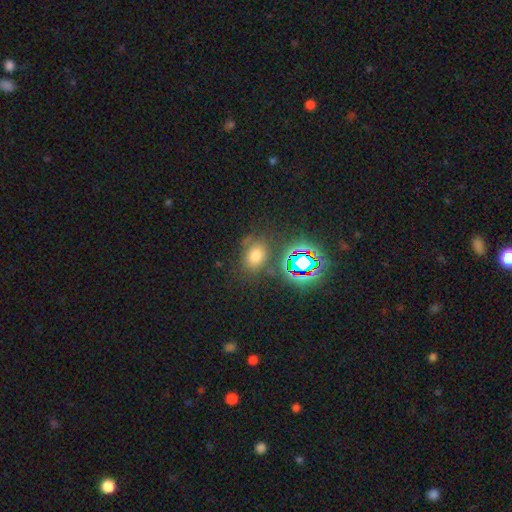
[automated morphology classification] A smooth galaxy with no disk features (61%) that is in between round and cigar-shaped (60%). Merging: none (73%).